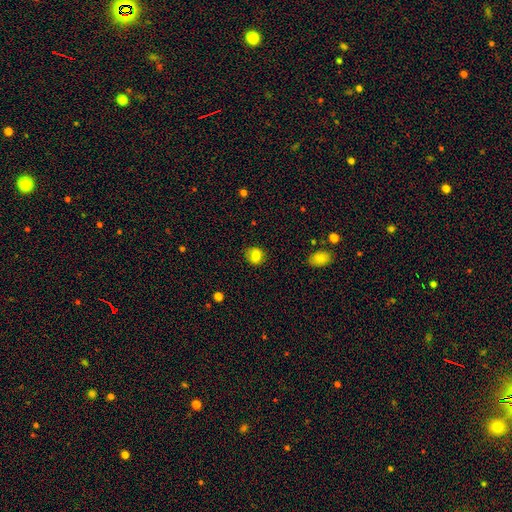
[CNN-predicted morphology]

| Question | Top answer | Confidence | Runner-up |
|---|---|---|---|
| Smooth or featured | smooth | 82% | star or artifact (10%) |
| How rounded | round | 75% | in between (24%) |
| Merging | none | 80% | minor disturbance (15%) |